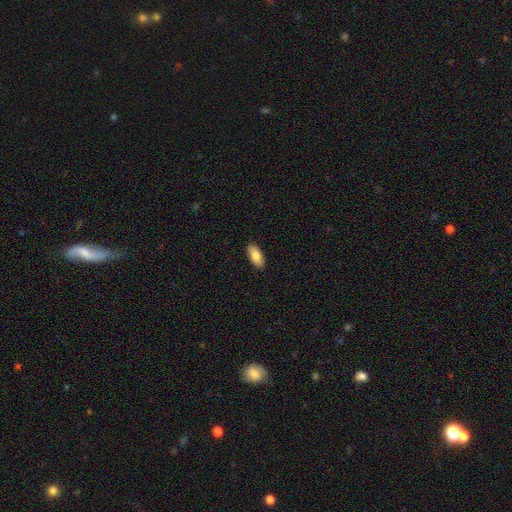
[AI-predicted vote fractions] Smooth or featured: smooth — 81% (featured or disk — 13%)
How rounded: in between — 89% (cigar-shaped — 8%)
Merging: none — 90% (minor disturbance — 7%)